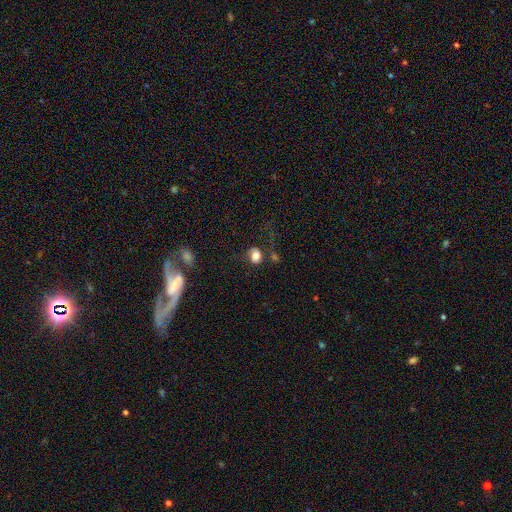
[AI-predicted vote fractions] A smooth galaxy with no disk features (76%) that is in between round and cigar-shaped (53%). Merging: none (51%).